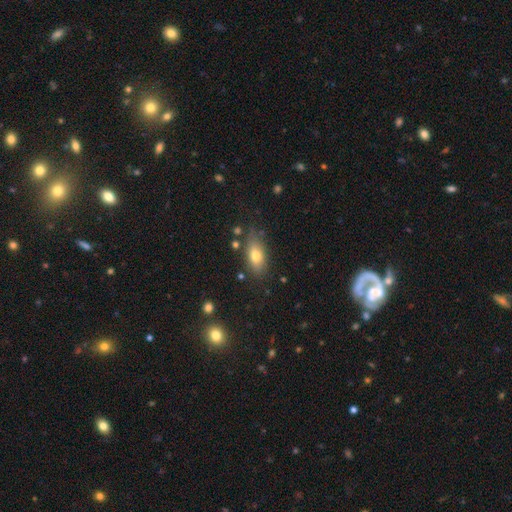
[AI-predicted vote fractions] The model was most divided on "smooth or featured": smooth: 74%, featured or disk: 18%, star or artifact: 9%. More confident: how rounded — in between (83%); merging — none (74%).